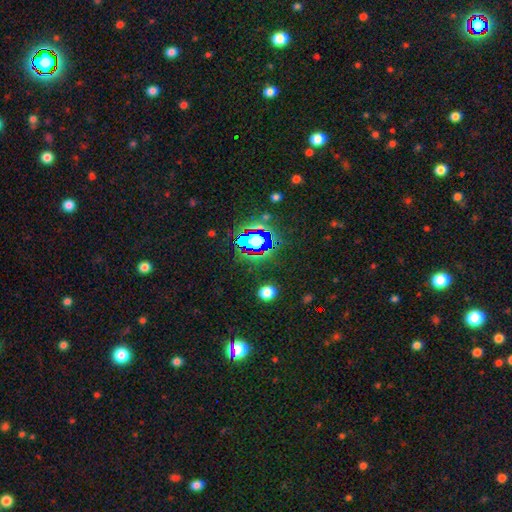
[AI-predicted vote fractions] Morphology: type=star or artifact (82%).